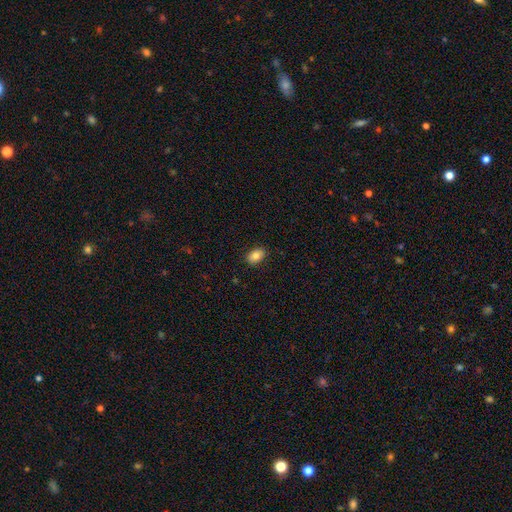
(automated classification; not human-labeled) Smooth or featured? smooth (83%)
How rounded? in between (86%)
Merging? none (88%)